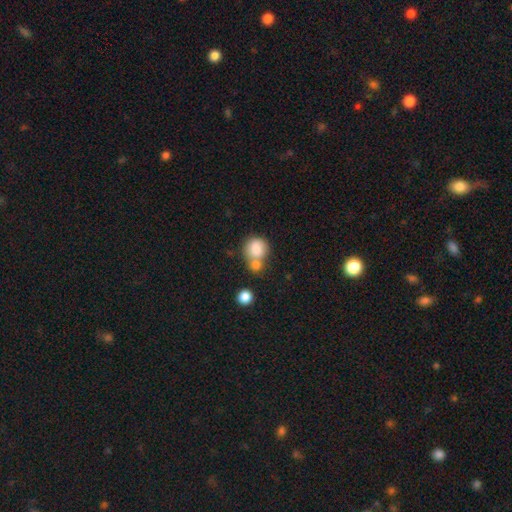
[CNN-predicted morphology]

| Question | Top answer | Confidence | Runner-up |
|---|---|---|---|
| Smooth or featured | smooth | 79% | star or artifact (12%) |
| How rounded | round | 83% | in between (16%) |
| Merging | none | 47% | merger (37%) |